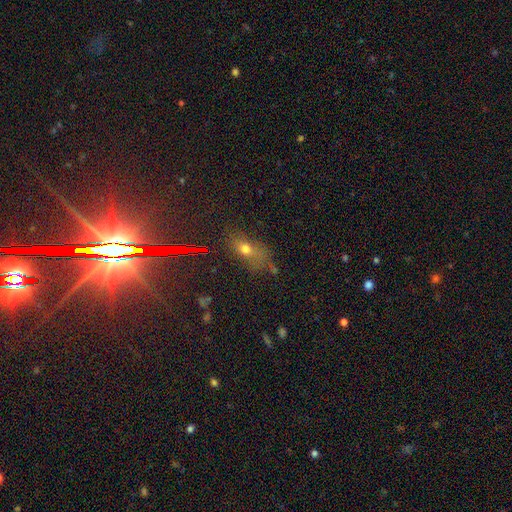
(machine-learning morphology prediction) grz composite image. It shows a smooth galaxy with no disk features (52%) that is in between round and cigar-shaped (70%). Merging: none (58%).